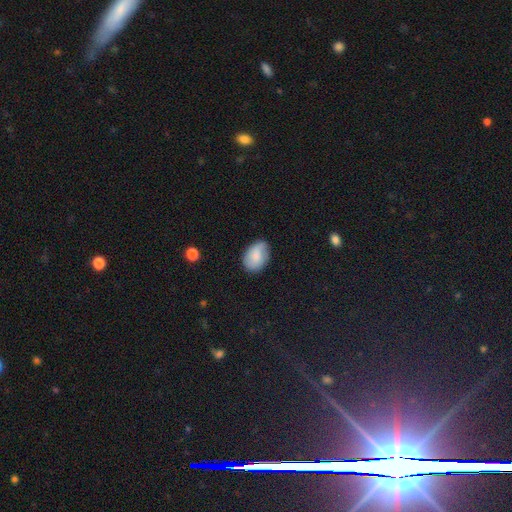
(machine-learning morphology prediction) type=smooth (78%); roundness=in between (83%); merging=none (71%).